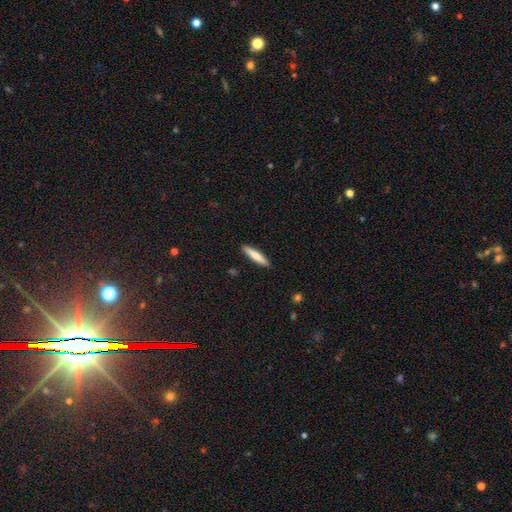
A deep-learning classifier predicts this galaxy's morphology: A smooth galaxy with no disk features (69%) that is cigar-shaped (88%). Merging: none (90%).